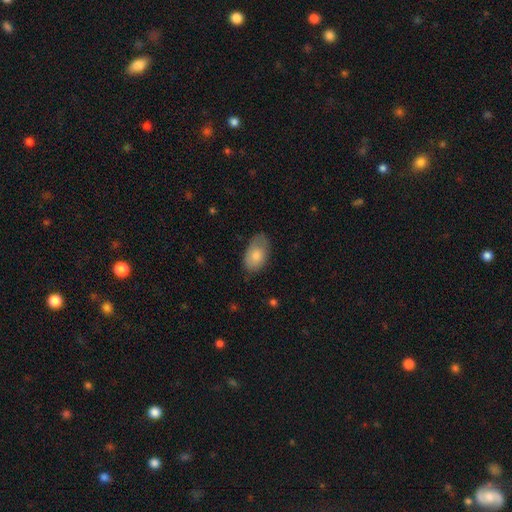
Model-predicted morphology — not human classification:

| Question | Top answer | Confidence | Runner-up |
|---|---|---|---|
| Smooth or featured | smooth | 77% | featured or disk (17%) |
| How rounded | in between | 92% | round (6%) |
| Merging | none | 61% | minor disturbance (29%) |